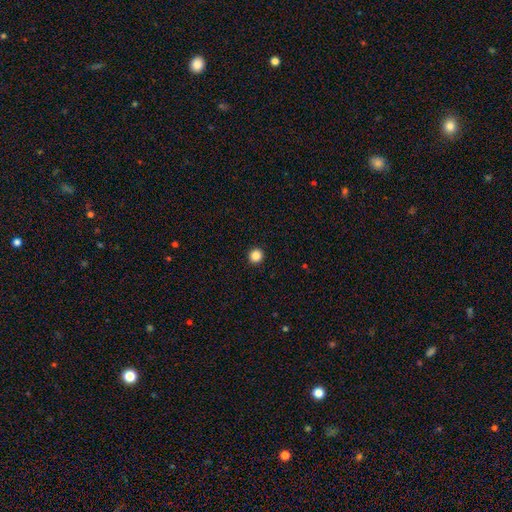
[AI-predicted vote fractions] A smooth galaxy with no disk features (86%) that is round (94%).

Vote fractions:
- Smooth or featured? smooth: 86% / star or artifact: 11% / featured or disk: 3%
- How rounded? round: 94% / in between: 6% / cigar-shaped: 1%
- Merging? none: 93% / minor disturbance: 4% / major disturbance: 1% / merger: 1%